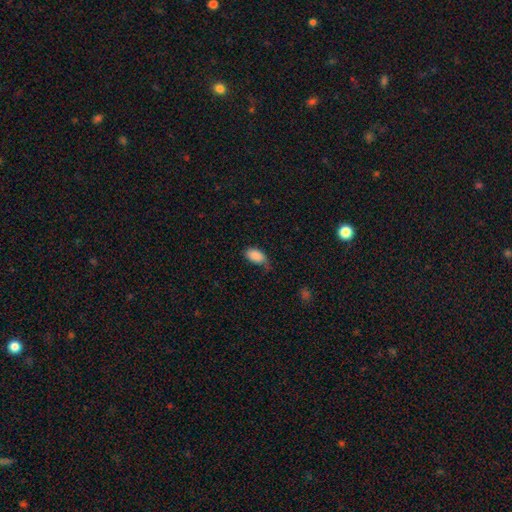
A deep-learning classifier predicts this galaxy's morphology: type=smooth (87%); roundness=in between (93%); merging=none (48%).